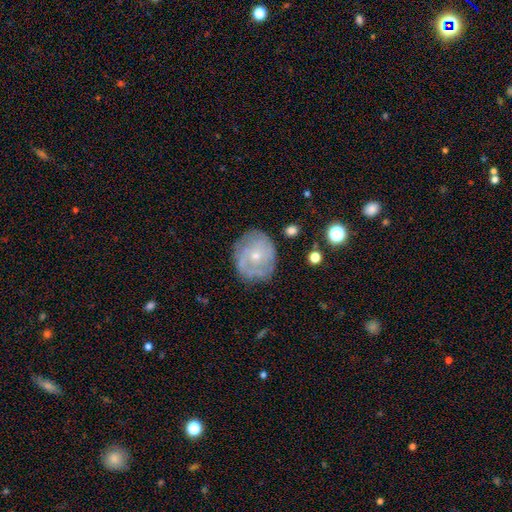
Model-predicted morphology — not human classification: Smooth or featured?
  - featured or disk: 58% *
  - smooth: 35%
  - star or artifact: 8%
Edge-on disk?
  - no: 97% *
  - yes: 3%
Bar?
  - no: 82% *
  - weak: 15%
  - strong: 3%
Spiral arms?
  - yes: 63% *
  - no: 37%
Bulge size?
  - small: 71% *
  - moderate: 25%
  - none: 2%
  - large: 1%
  - dominant: 1%
Merging?
  - none: 71% *
  - minor disturbance: 20%
  - major disturbance: 7%
  - merger: 2%